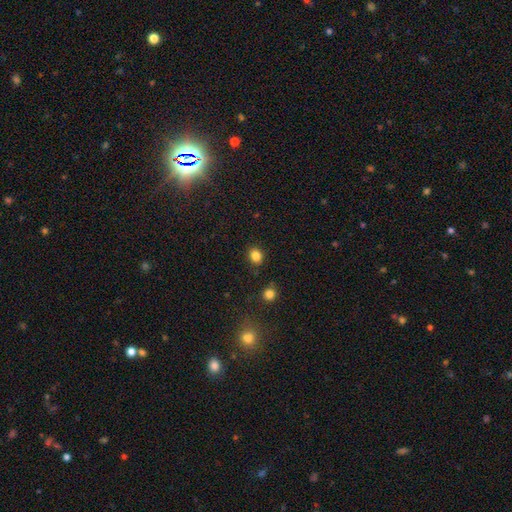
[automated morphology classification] smooth 83%, star or artifact 12%, featured or disk 5%. Down the decision tree: how rounded — round (65%); merging — none (86%).